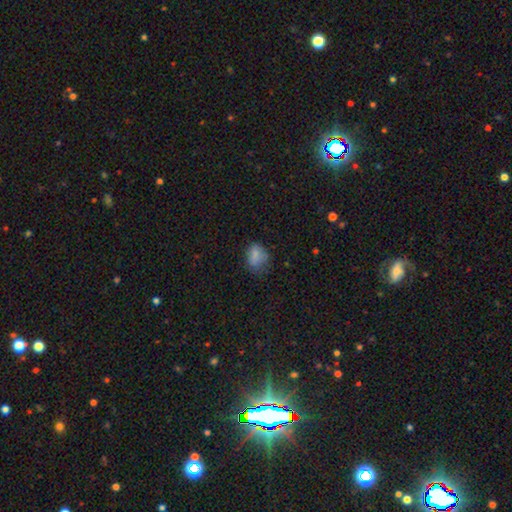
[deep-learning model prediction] A smooth galaxy with no disk features (78%) that is in between round and cigar-shaped (69%). Merging: none (54%).